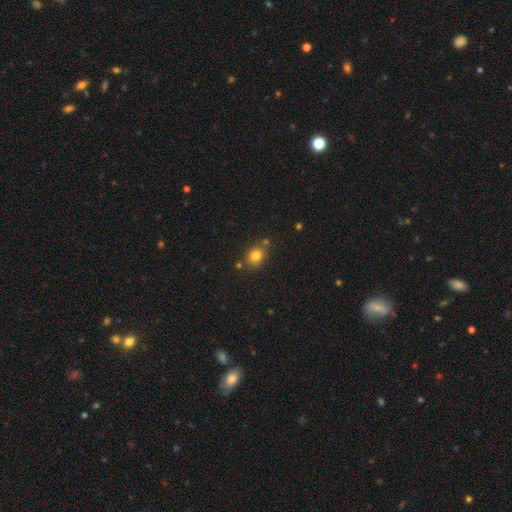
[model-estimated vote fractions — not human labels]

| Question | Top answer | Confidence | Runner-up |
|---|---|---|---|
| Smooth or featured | smooth | 81% | star or artifact (12%) |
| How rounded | round | 61% | in between (38%) |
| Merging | none | 76% | minor disturbance (12%) |